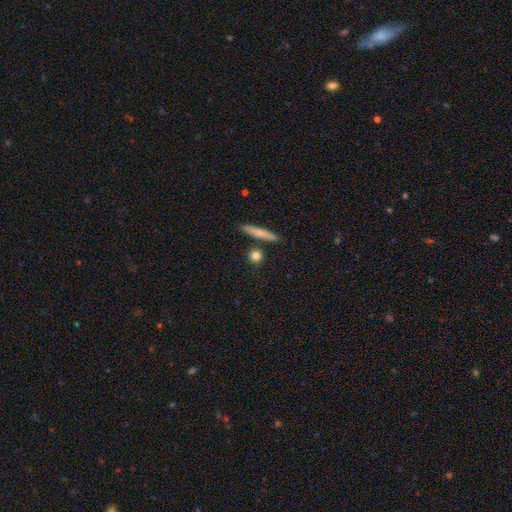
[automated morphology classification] type=smooth (80%); roundness=round (71%); merging=none (80%).